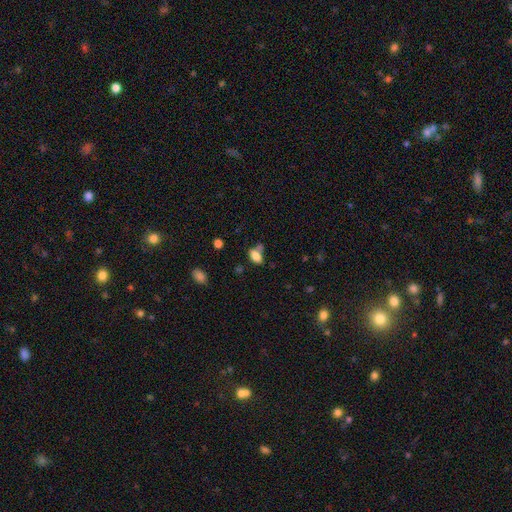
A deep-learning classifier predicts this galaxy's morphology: Smooth or featured: smooth — 81% (star or artifact — 10%)
How rounded: in between — 89% (round — 8%)
Merging: none — 53% (merger — 22%)